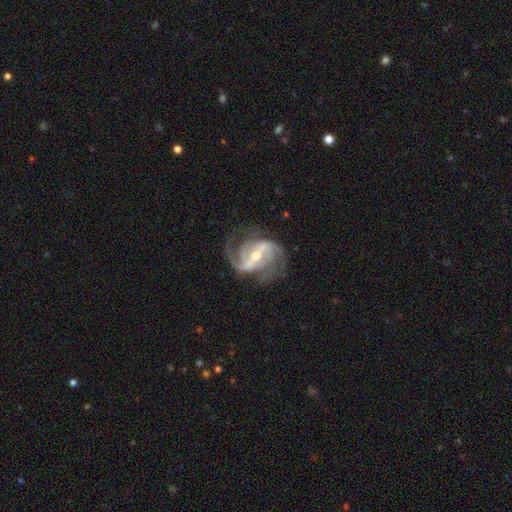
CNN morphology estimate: This is clearly a featured or disk galaxy (92%). It is clearly not viewed edge-on (97%). Bar: likely strong (62%). Spiral arm pattern: clearly yes (98%). Spiral arm count: possibly 2 (55%). Spiral winding: possibly medium (53%). Central bulge: possibly small (49%). Merging: likely none (70%).